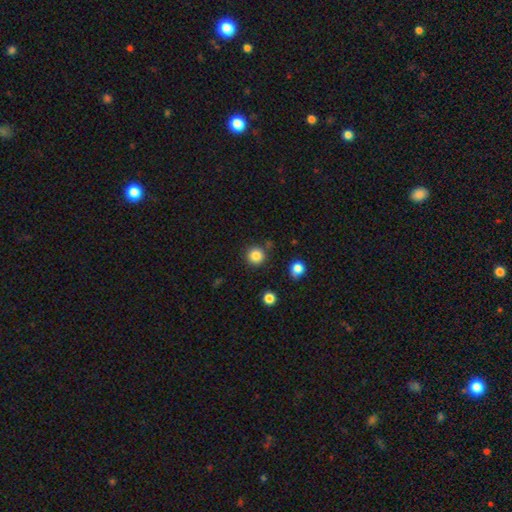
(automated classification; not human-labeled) Overall: smooth (85%). How rounded: round (95%). Merging: none (87%).